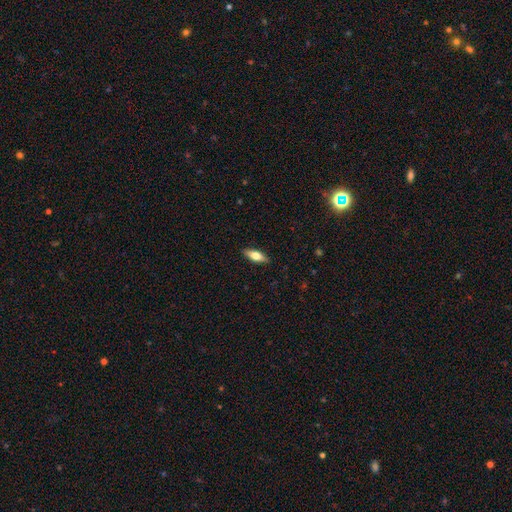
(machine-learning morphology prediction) Smooth or featured? smooth (60%)
How rounded? in between (63%)
Merging? none (89%)